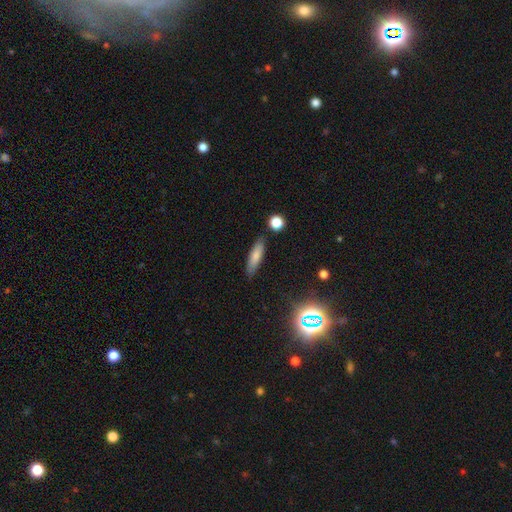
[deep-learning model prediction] Q: Smooth or featured?
A: smooth (76%); runner-up: featured or disk (15%)
Q: How rounded?
A: cigar-shaped (65%); runner-up: in between (32%)
Q: Merging?
A: none (84%); runner-up: minor disturbance (11%)